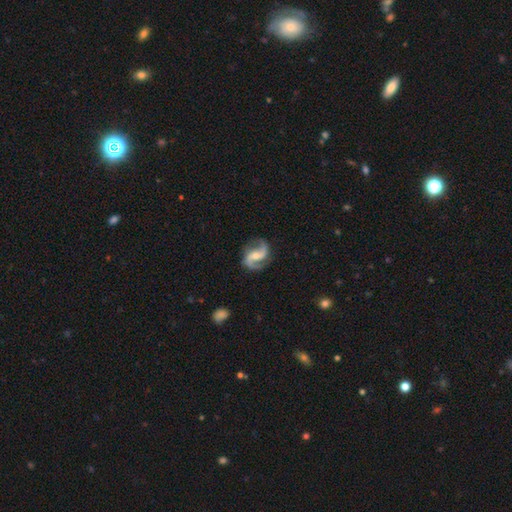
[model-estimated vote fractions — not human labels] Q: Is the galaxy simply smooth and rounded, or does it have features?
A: featured or disk — 89%.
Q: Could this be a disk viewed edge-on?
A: no — 98%.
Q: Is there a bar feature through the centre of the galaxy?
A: weak — 40%.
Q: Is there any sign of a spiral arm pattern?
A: yes — 97%.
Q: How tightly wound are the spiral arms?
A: medium — 45%.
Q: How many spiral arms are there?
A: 2 — 93%.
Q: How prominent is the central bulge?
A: moderate — 50%.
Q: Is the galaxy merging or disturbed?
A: none — 80%.